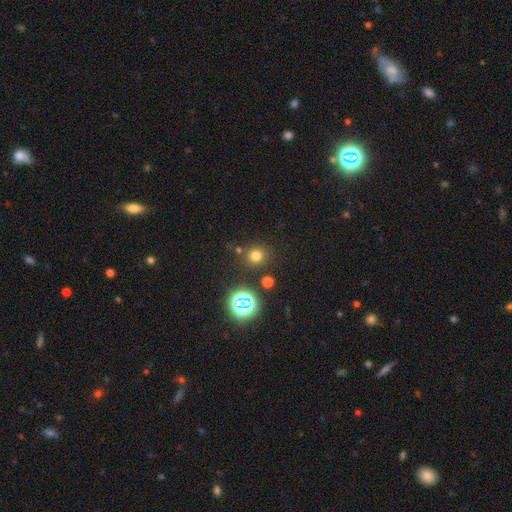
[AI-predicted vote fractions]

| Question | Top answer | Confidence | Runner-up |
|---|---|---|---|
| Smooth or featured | smooth | 71% | star or artifact (23%) |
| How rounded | round | 89% | in between (10%) |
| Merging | none | 82% | minor disturbance (9%) |